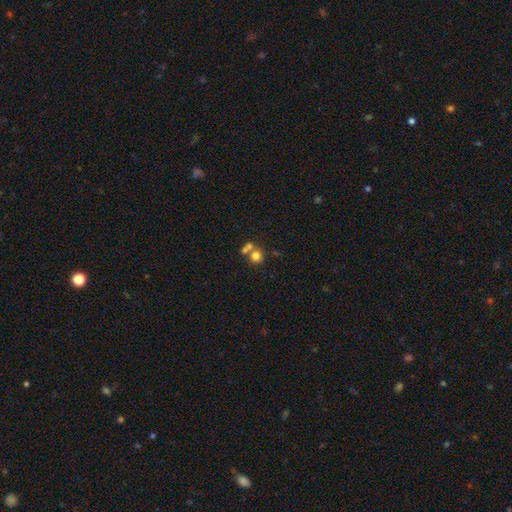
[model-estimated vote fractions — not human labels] Morphology: type=smooth (74%); roundness=round (83%); merging=merger (44%, tied with none).